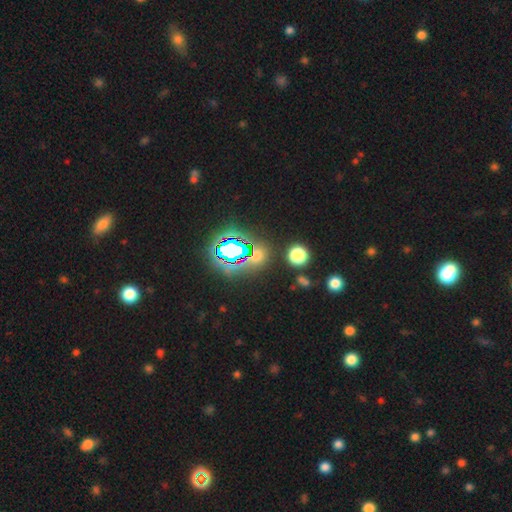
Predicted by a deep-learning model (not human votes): Smooth or featured: star or artifact — 62% (smooth — 29%)